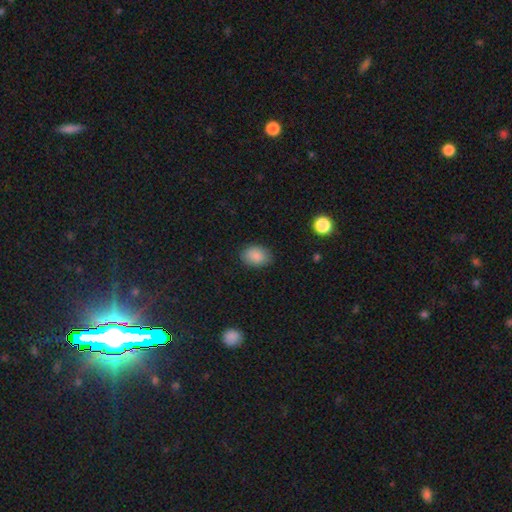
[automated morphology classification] Smooth or featured? smooth (86%)
How rounded? in between (72%)
Merging? none (83%)